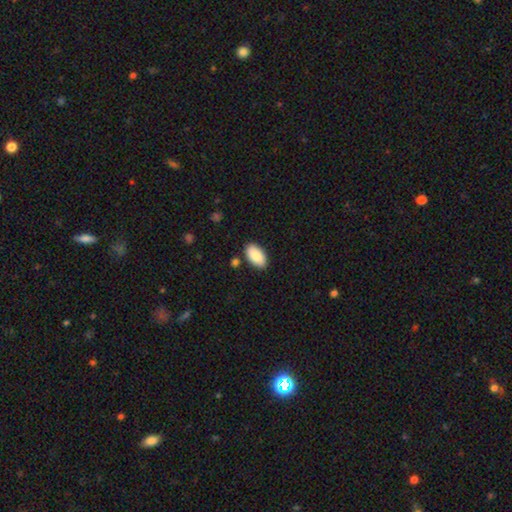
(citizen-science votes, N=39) Q: Smooth or featured?
A: smooth (92%); runner-up: star or artifact (5%)
Q: How rounded?
A: in between (97%); runner-up: round (3%)
Q: Merging?
A: none (81%); runner-up: minor disturbance (11%)